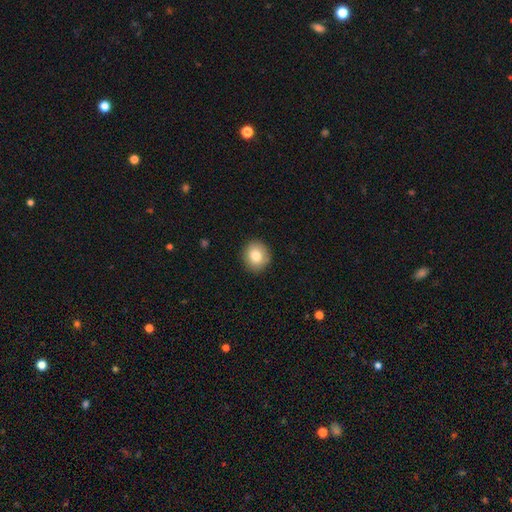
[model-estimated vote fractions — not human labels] Overall: smooth (81%). How rounded: round (86%). Merging: none (90%).